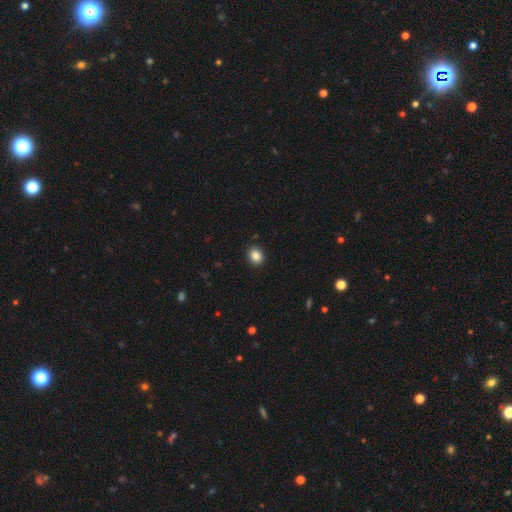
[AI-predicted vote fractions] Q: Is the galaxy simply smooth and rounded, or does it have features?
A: smooth — 86%.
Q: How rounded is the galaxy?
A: round — 69%.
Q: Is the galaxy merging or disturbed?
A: none — 91%.